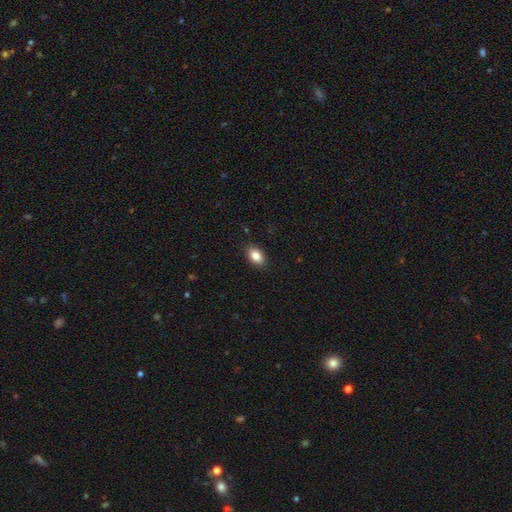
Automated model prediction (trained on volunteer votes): This is clearly a smooth galaxy (85%). How rounded: clearly in between (87%). Merging: clearly none (88%).